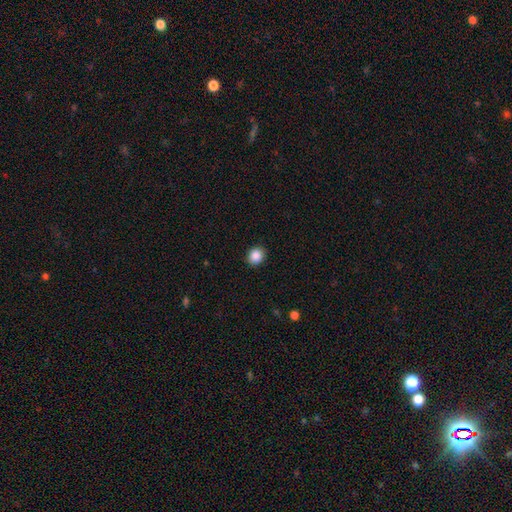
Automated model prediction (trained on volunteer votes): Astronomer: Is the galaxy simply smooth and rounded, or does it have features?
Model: smooth — 88%.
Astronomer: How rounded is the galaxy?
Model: round — 71%.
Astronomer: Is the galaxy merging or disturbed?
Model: none — 90%.